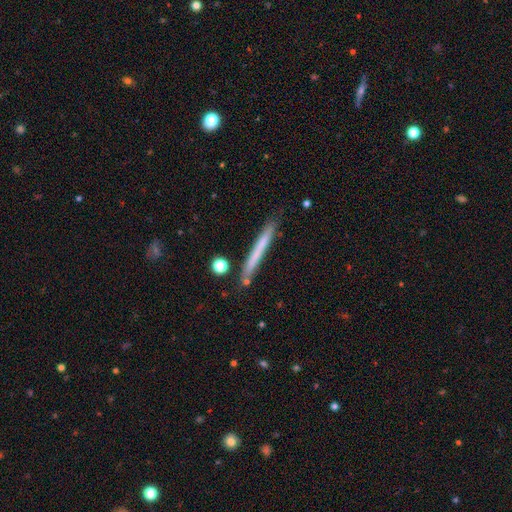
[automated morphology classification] A smooth galaxy with no disk features (61%) that is cigar-shaped (97%). Merging: none (84%).